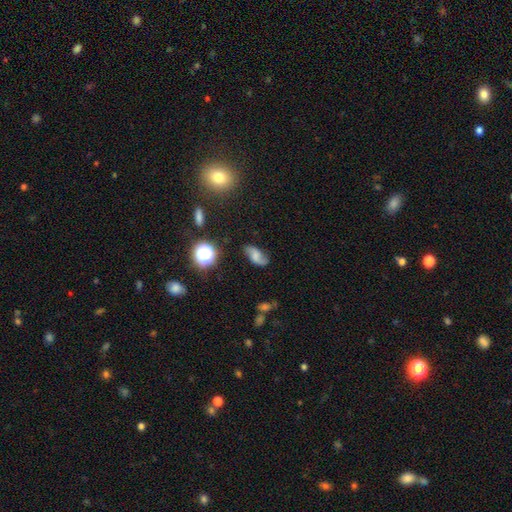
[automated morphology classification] type=featured or disk (50%); edge-on=no (94%); merging=none (70%).